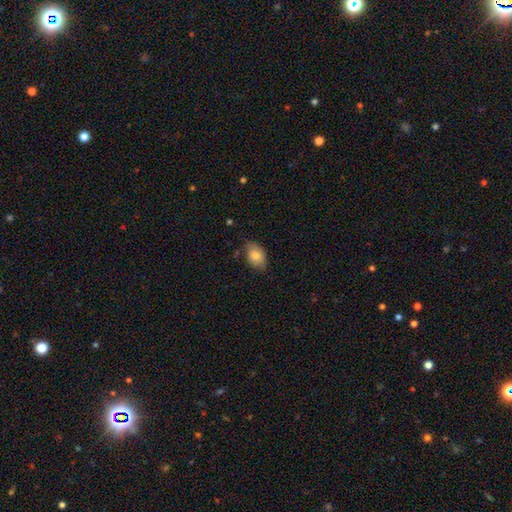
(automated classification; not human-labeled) A smooth galaxy with no disk features (81%) that is in between round and cigar-shaped (81%).

Vote fractions:
- Smooth or featured? smooth: 81% / featured or disk: 11% / star or artifact: 7%
- How rounded? in between: 81% / round: 18% / cigar-shaped: 1%
- Merging? none: 68% / minor disturbance: 26% / major disturbance: 4% / merger: 2%